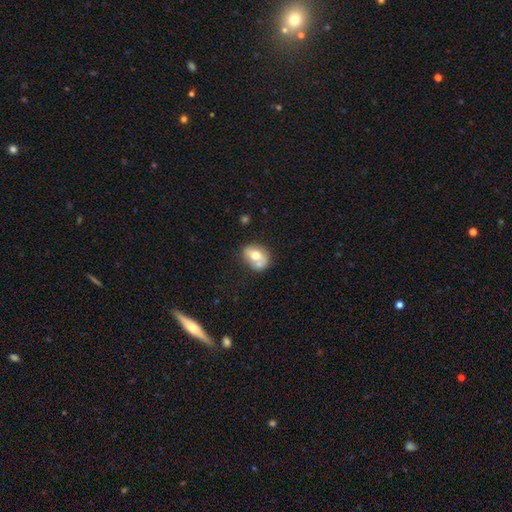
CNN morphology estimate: This appears to be a smooth galaxy with no disk features (62%) that is in between round and cigar-shaped (57%). Merging: none (48%).